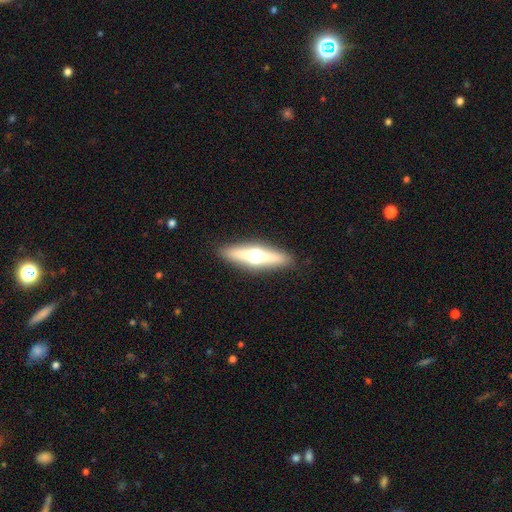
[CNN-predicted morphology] This appears to be a featured or disk galaxy (62%) viewed edge-on (93%) with a rounded central bulge (96%). Merging: none (89%).